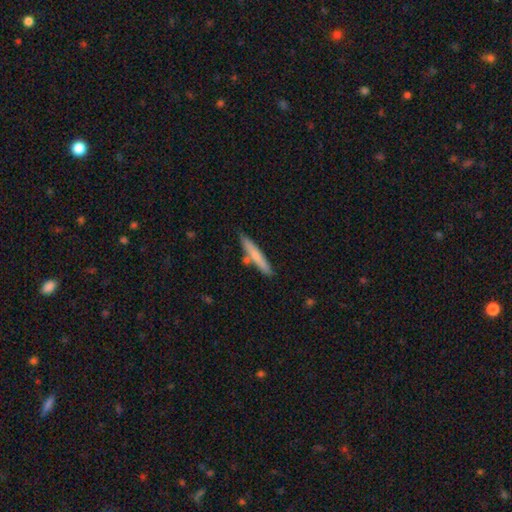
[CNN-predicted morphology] Smooth or featured: smooth — 69% (featured or disk — 26%)
How rounded: cigar-shaped — 93% (in between — 6%)
Merging: none — 79% (minor disturbance — 12%)